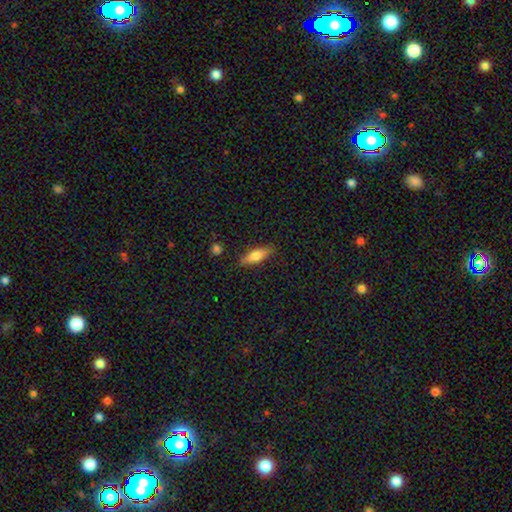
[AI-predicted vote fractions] Smooth or featured? smooth (74%)
How rounded? in between (56%)
Merging? none (85%)